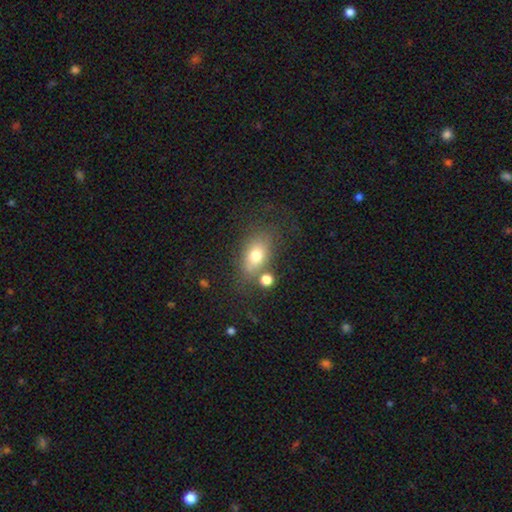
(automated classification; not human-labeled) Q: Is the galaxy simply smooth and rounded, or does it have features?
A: smooth — 74%.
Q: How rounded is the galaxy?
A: in between — 79%.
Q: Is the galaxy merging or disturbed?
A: none — 63%.